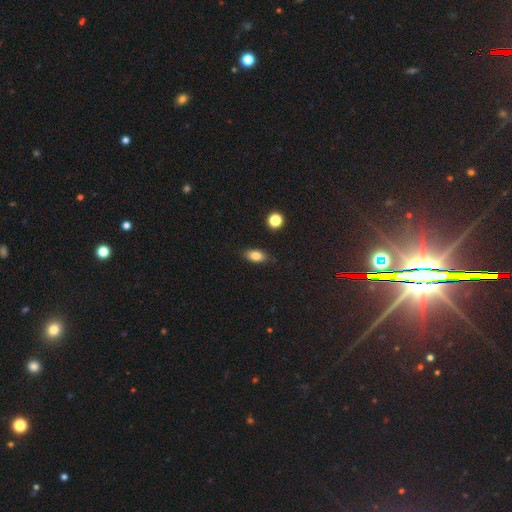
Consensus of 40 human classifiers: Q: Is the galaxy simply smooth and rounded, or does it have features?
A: smooth — 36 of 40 (90%).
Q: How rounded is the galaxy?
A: in between — 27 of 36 (75%).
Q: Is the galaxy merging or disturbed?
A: none — 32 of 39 (82%).